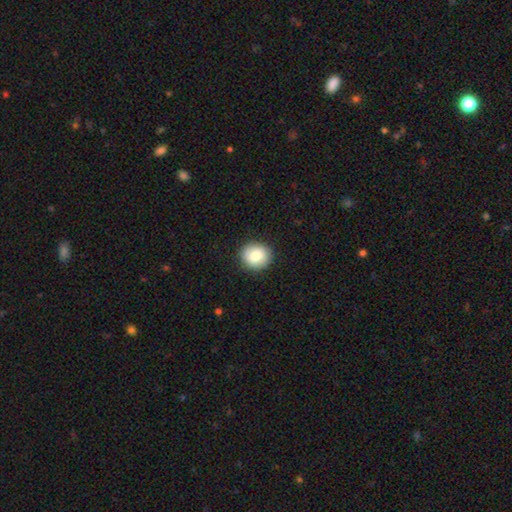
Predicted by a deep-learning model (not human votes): Morphology: type=smooth (82%); roundness=round (80%); merging=none (89%).